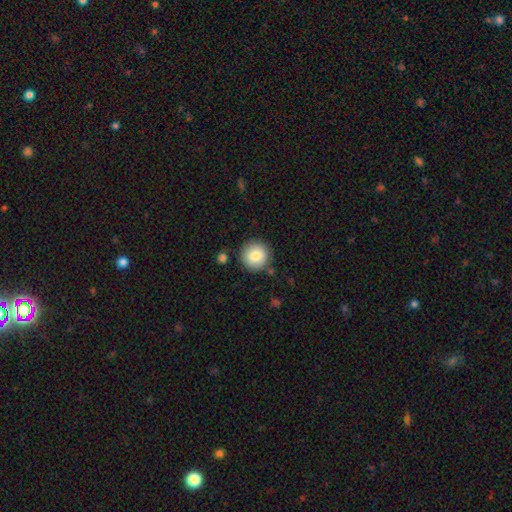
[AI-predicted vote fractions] smooth-or-featured: smooth: 84% | featured or disk: 8% | star or artifact: 8%
  how-rounded: round: 95% | in between: 4% | cigar-shaped: 1%
  merging: none: 86% | minor disturbance: 8% | merger: 3% | major disturbance: 2%